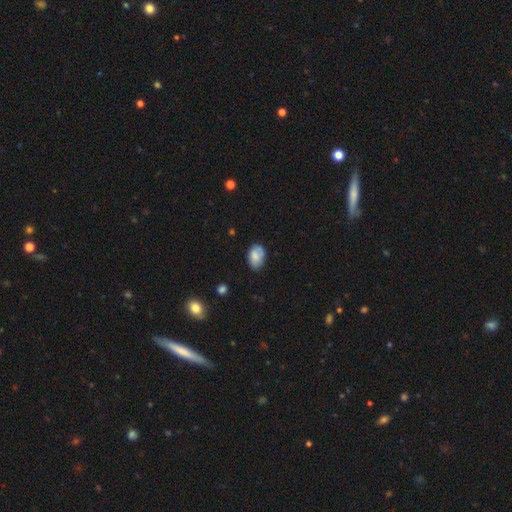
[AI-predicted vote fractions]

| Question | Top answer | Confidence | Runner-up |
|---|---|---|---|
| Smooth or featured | smooth | 77% | featured or disk (15%) |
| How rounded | in between | 86% | round (12%) |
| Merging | none | 64% | minor disturbance (28%) |